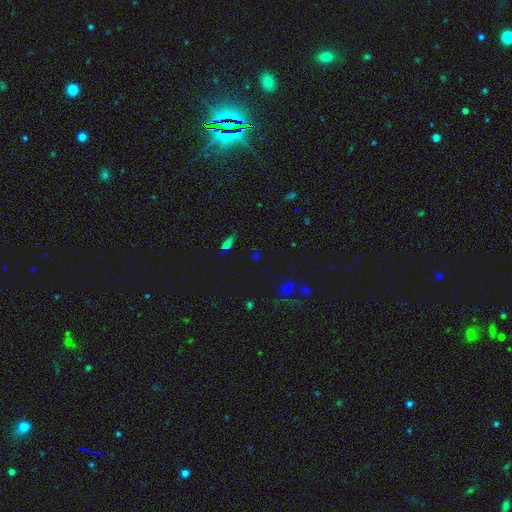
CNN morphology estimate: The model was most divided on "smooth or featured": smooth: 47%, star or artifact: 43%, featured or disk: 10%. More confident: merging — none (71%).